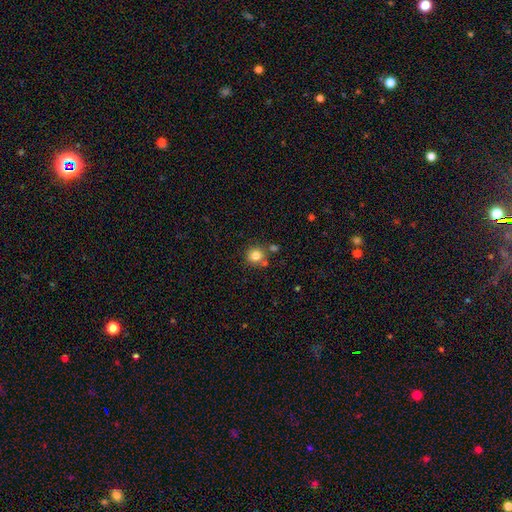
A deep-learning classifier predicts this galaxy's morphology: A smooth galaxy with no disk features (83%) that is round (90%).

Vote fractions:
- Smooth or featured? smooth: 83% / star or artifact: 11% / featured or disk: 6%
- How rounded? round: 90% / in between: 9% / cigar-shaped: 1%
- Merging? none: 74% / merger: 13% / minor disturbance: 10% / major disturbance: 3%